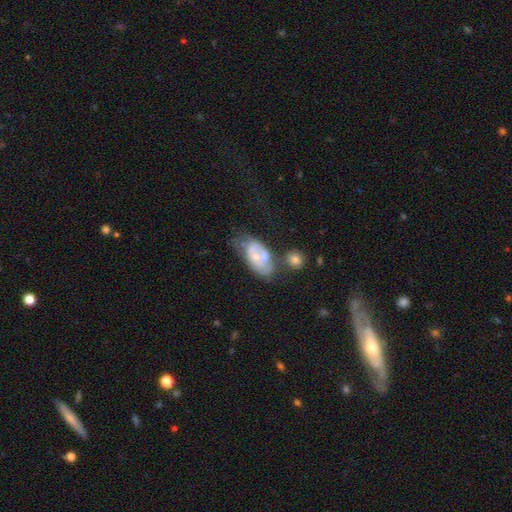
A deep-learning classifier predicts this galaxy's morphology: Smooth or featured?
  - featured or disk: 51% *
  - smooth: 39%
  - star or artifact: 10%
Edge-on disk?
  - no: 92% *
  - yes: 8%
Merging?
  - merger: 31% * (tied)
  - none: 31% * (tied)
  - minor disturbance: 22%
  - major disturbance: 16%